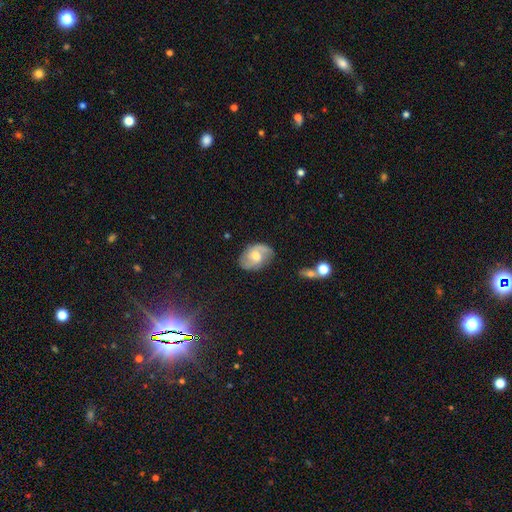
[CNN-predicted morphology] Smooth or featured? featured or disk (69%)
Edge-on disk? no (97%)
Bar? weak (46%, tied with no)
Spiral arms? yes (91%)
Spiral winding? medium (47%)
Spiral arm count? 2 (82%)
Bulge size? moderate (64%)
Merging? none (74%)